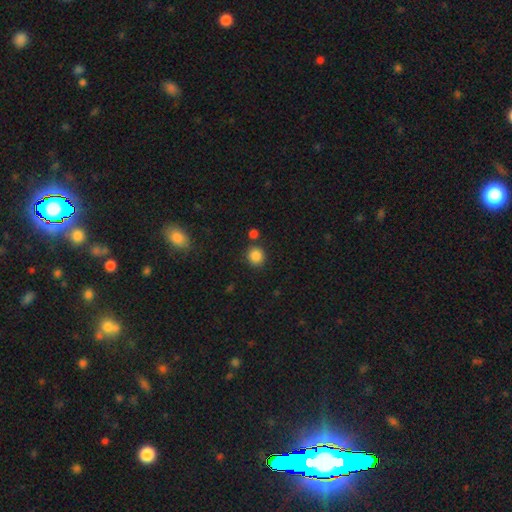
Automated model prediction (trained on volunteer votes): A smooth galaxy with no disk features (86%) that is round (84%). Merging: none (81%).